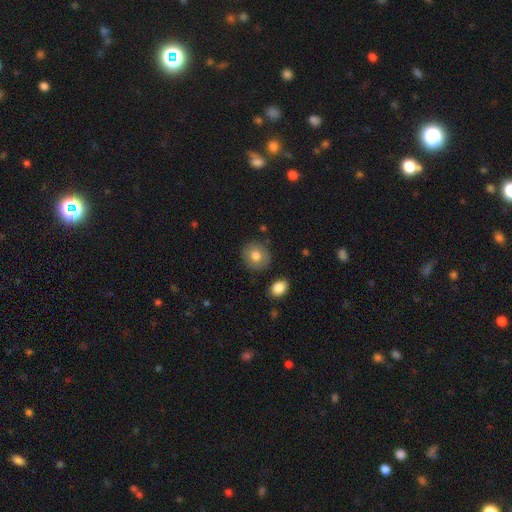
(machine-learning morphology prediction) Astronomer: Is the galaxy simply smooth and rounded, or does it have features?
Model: smooth — 77%.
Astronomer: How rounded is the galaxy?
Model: round — 85%.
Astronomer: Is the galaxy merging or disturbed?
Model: none — 85%.